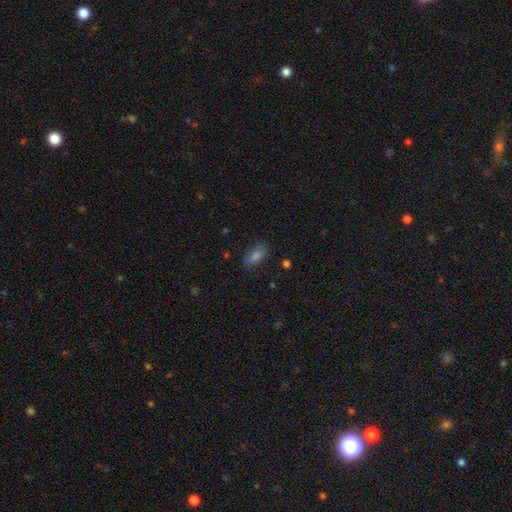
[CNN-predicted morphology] Smooth or featured?
  - smooth: 70% *
  - star or artifact: 17%
  - featured or disk: 13%
How rounded?
  - in between: 81% *
  - cigar-shaped: 14%
  - round: 5%
Merging?
  - none: 79% *
  - minor disturbance: 14%
  - major disturbance: 4%
  - merger: 2%